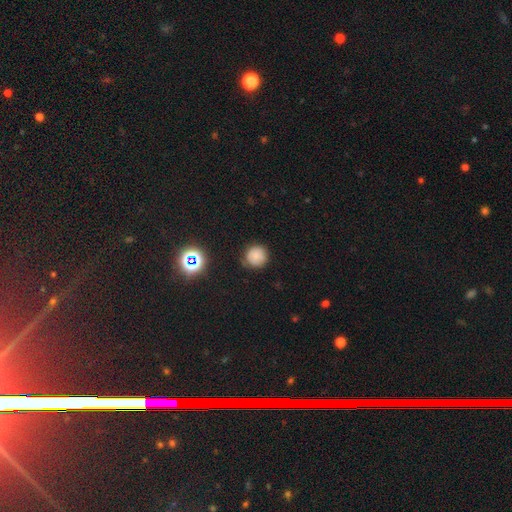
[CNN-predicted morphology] Overall: smooth (74%). How rounded: round (92%). Merging: none (78%).